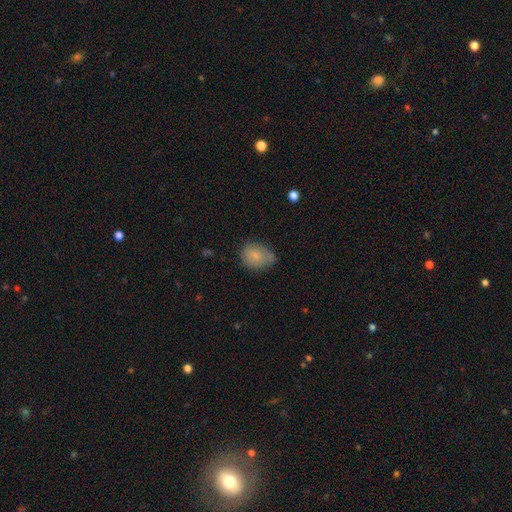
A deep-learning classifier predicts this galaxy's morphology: Q: Smooth or featured?
A: smooth (78%); runner-up: featured or disk (14%)
Q: How rounded?
A: in between (60%); runner-up: round (39%)
Q: Merging?
A: none (56%); runner-up: minor disturbance (30%)